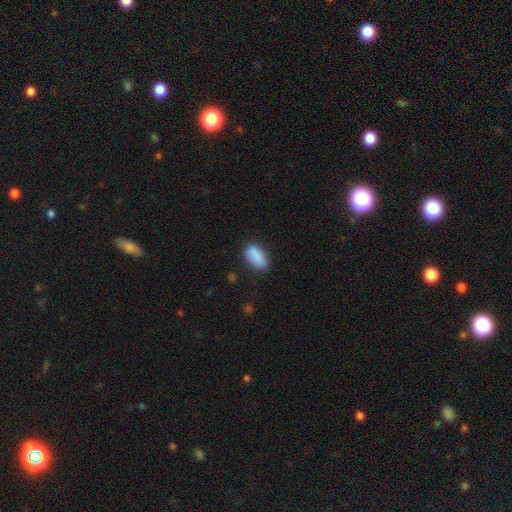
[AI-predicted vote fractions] smooth-or-featured: smooth: 87% | star or artifact: 7% | featured or disk: 6%
  how-rounded: in between: 90% | cigar-shaped: 6% | round: 4%
  merging: none: 77% | minor disturbance: 17% | major disturbance: 4% | merger: 3%